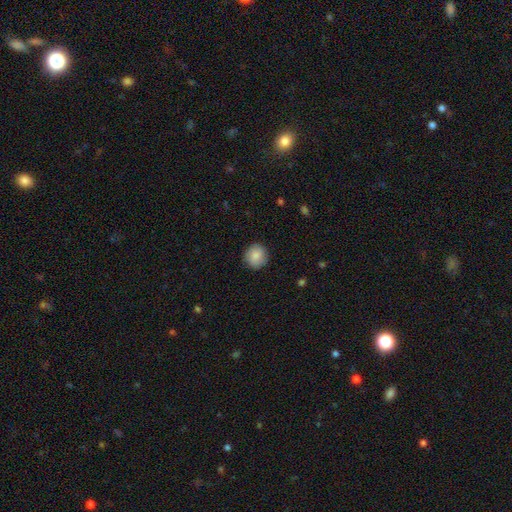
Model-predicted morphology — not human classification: Smooth or featured: smooth — 87% (star or artifact — 7%)
How rounded: round — 90% (in between — 9%)
Merging: none — 89% (minor disturbance — 8%)